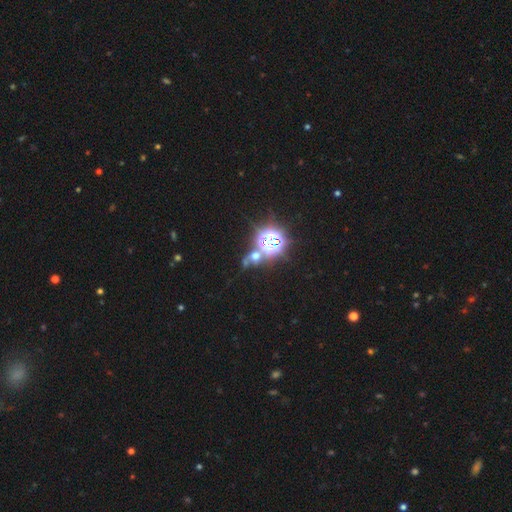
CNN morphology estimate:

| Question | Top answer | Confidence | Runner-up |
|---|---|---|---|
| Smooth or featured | star or artifact | 57% | smooth (27%) |